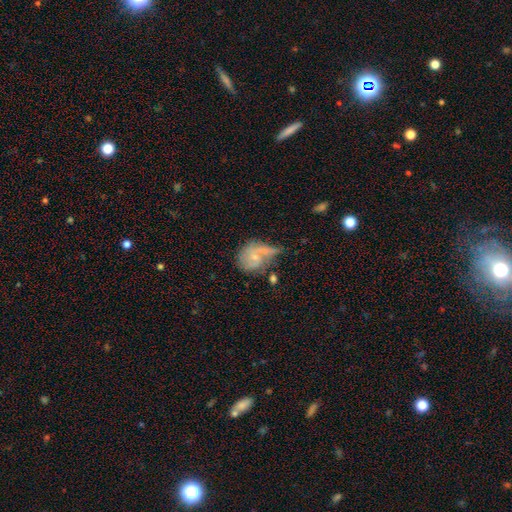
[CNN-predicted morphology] The model was most divided on "merging": none: 34%, minor disturbance: 29%, major disturbance: 23%, merger: 14%. More confident: edge-on disk — no (96%); spiral arms — yes (72%); bar — no (69%); bulge size — small (68%); smooth or featured — featured or disk (55%).